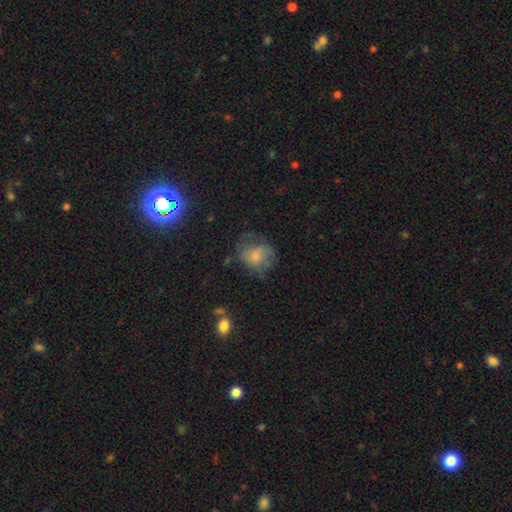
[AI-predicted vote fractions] smooth 60%, featured or disk 29%, star or artifact 10%. Down the decision tree: how rounded — round (64%); merging — none (49%).